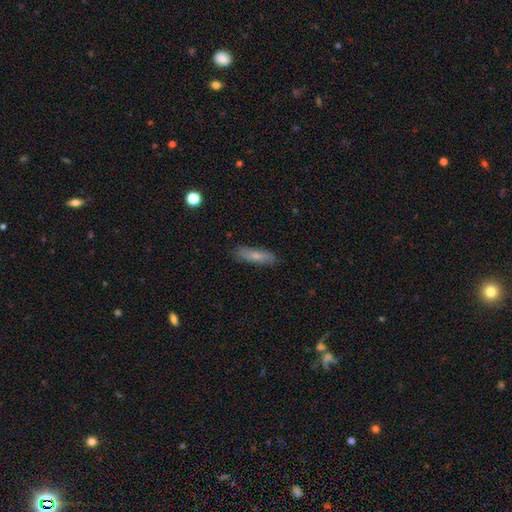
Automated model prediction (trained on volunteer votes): smooth-or-featured: smooth: 72% | featured or disk: 21% | star or artifact: 7%
  how-rounded: cigar-shaped: 66% | in between: 32% | round: 2%
  merging: none: 84% | minor disturbance: 13% | major disturbance: 2% | merger: 1%